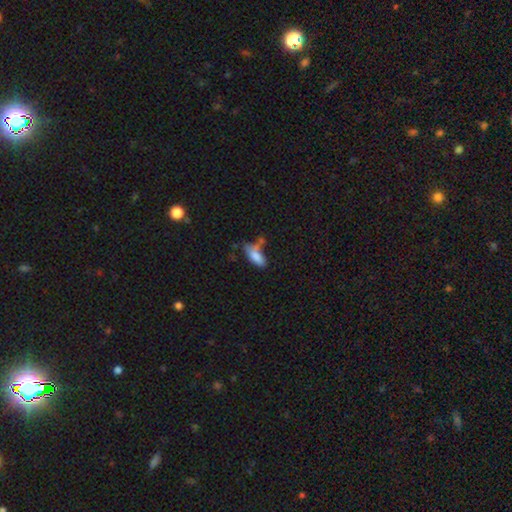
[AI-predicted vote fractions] This appears to be a smooth galaxy with no disk features (81%) that is in between round and cigar-shaped (79%). Merging: none (44%).